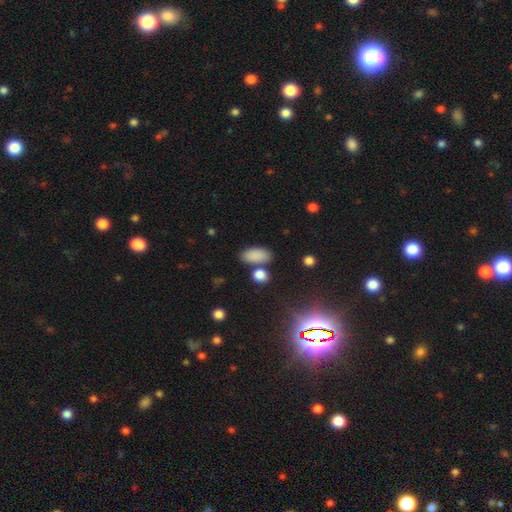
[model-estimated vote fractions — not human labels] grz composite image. It shows a smooth galaxy with no disk features (86%) that is in between round and cigar-shaped (89%). Merging: none (74%).